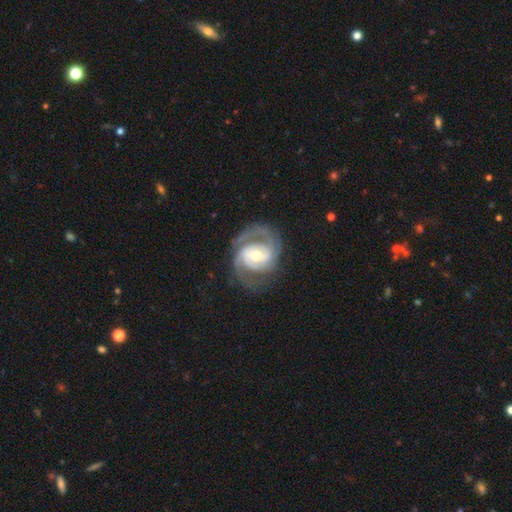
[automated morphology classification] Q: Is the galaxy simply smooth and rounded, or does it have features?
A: featured or disk — 90%.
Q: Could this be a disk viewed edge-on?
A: no — 98%.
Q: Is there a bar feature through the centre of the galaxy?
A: no — 44%.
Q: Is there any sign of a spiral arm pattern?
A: yes — 97%.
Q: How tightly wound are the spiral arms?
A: tight — 48%.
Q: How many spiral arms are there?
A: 2 — 62%.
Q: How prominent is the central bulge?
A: moderate — 67%.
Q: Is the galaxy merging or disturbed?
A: none — 70%.